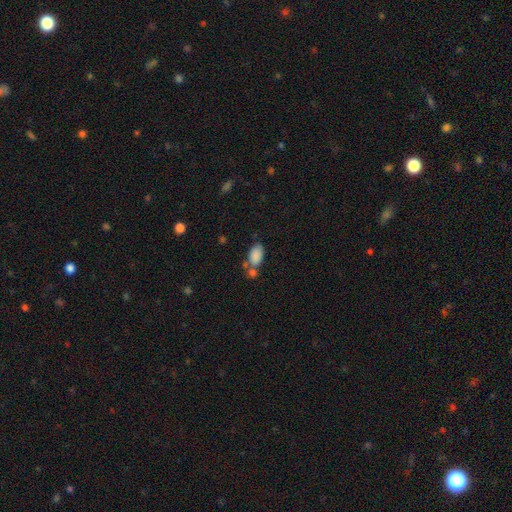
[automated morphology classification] This appears to be a smooth galaxy with no disk features (86%) that is in between round and cigar-shaped (92%). Merging: none (49%).